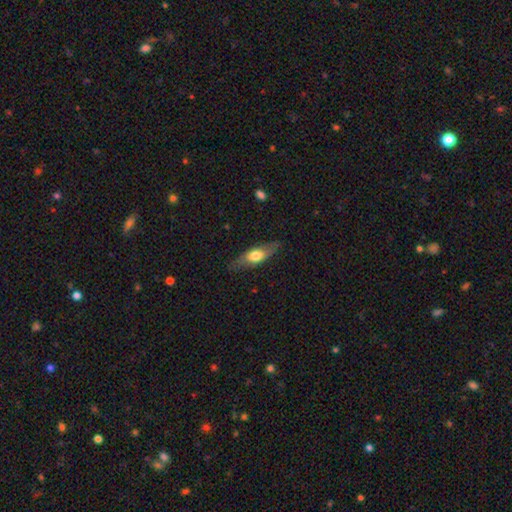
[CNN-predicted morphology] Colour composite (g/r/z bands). It shows a smooth galaxy with no disk features (56%) that is in between round and cigar-shaped (56%). Merging: none (80%).